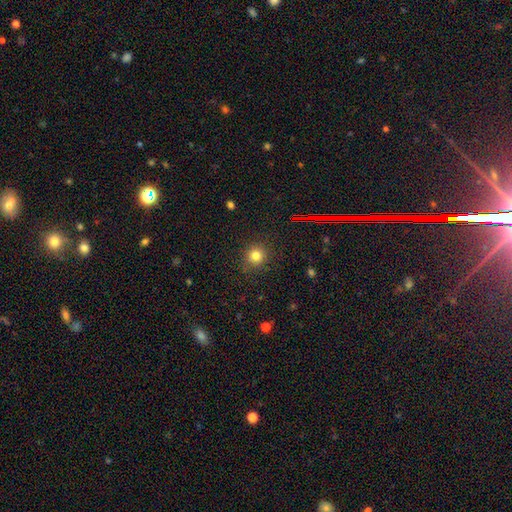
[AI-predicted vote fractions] smooth_or_featured: smooth (p=0.80) [alt: star or artifact p=0.14]
how_rounded: round (p=0.90) [alt: in between p=0.09]
merging: none (p=0.87) [alt: minor disturbance p=0.09]